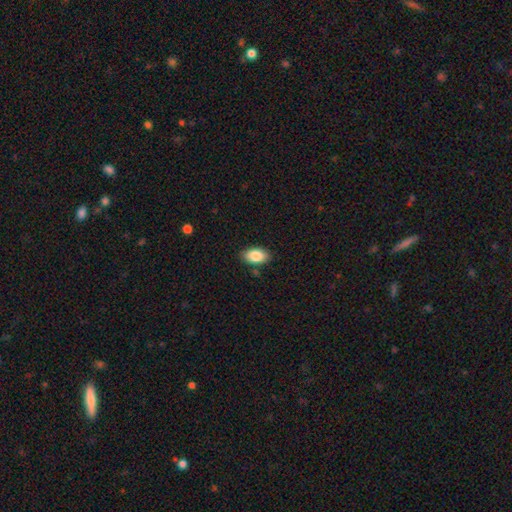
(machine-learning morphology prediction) Smooth or featured? smooth (86%)
How rounded? in between (93%)
Merging? none (84%)